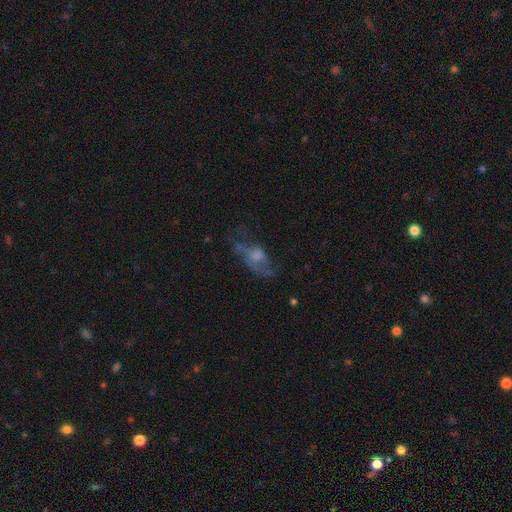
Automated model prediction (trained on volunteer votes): The model was most divided on "merging": none: 42%, major disturbance: 33%, minor disturbance: 21%, merger: 4%. More confident: edge-on disk — no (86%); smooth or featured — featured or disk (53%).